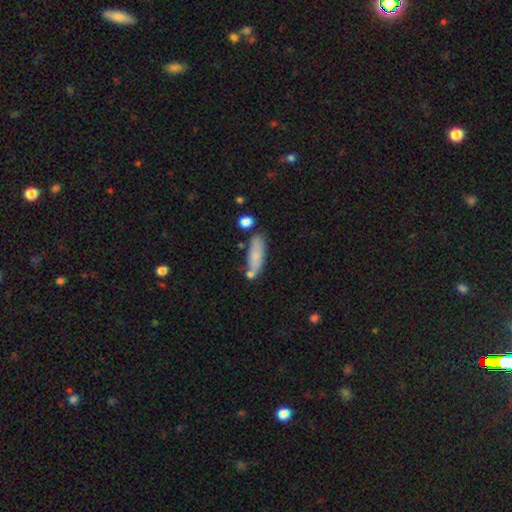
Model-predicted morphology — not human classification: Q: Smooth or featured?
A: smooth (78%); runner-up: featured or disk (15%)
Q: How rounded?
A: cigar-shaped (49%); runner-up: in between (48%)
Q: Merging?
A: none (65%); runner-up: minor disturbance (19%)